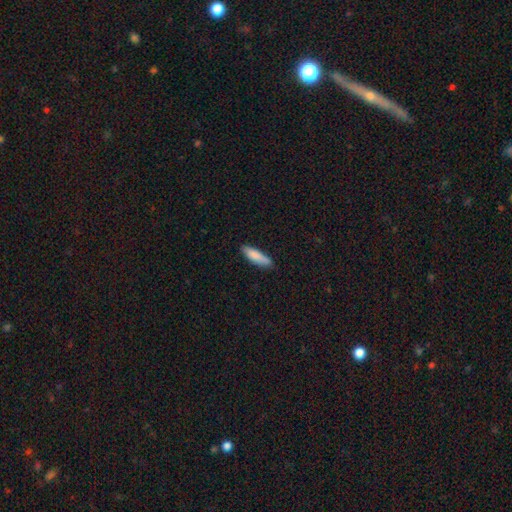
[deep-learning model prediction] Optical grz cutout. It shows a smooth galaxy with no disk features (85%) that is cigar-shaped (62%). Merging: none (79%).